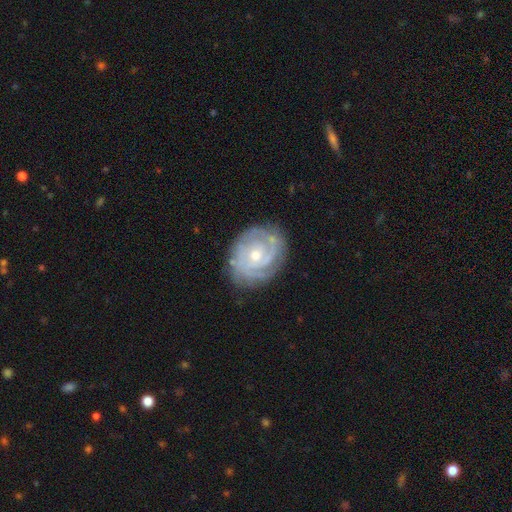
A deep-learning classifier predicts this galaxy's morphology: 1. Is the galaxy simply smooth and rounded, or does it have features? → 86% featured or disk, 9% smooth, 6% star or artifact.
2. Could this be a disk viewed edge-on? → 97% no, 3% yes.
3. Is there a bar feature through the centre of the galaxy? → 73% no, 22% weak, 5% strong.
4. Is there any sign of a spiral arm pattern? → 95% yes, 5% no.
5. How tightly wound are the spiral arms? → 77% tight, 19% medium, 4% loose.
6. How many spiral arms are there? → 30% can't tell, 25% 2, 24% 3, 11% 4, 6% more than 4, 5% 1.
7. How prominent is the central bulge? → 56% small, 41% moderate, 1% large, 1% none, 1% dominant.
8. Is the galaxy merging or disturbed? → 78% none, 16% minor disturbance, 5% major disturbance, 1% merger.